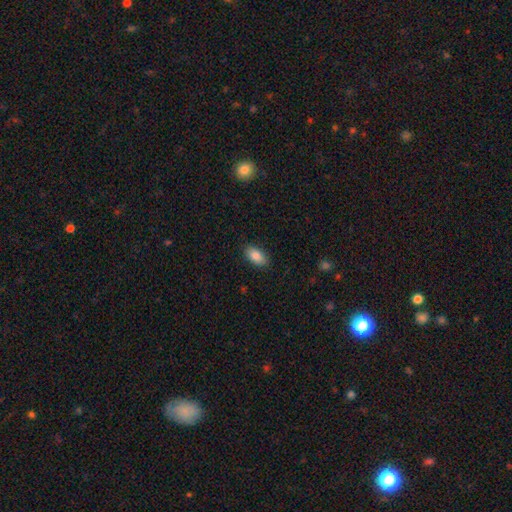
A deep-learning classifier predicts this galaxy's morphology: Q: Smooth or featured?
A: smooth (86%); runner-up: star or artifact (7%)
Q: How rounded?
A: in between (92%); runner-up: round (5%)
Q: Merging?
A: none (87%); runner-up: minor disturbance (9%)